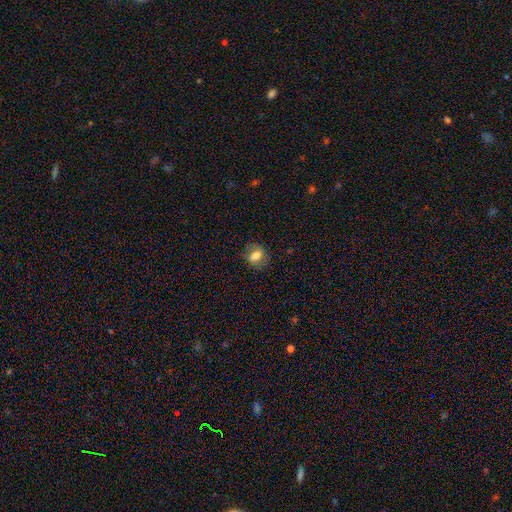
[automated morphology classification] Q: Smooth or featured?
A: smooth (62%); runner-up: featured or disk (29%)
Q: How rounded?
A: in between (54%); runner-up: round (44%)
Q: Merging?
A: none (76%); runner-up: minor disturbance (17%)